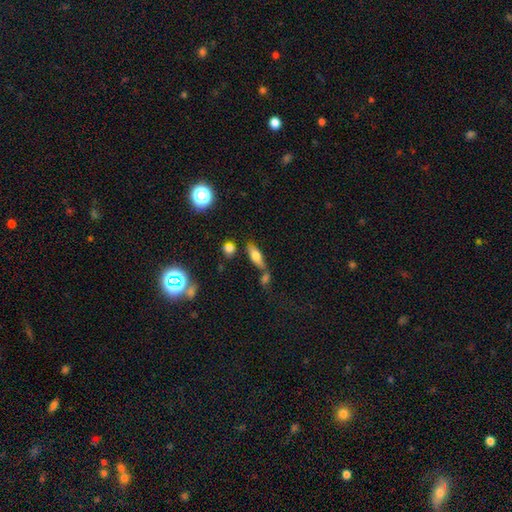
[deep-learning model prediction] The model was most divided on "how rounded": in between: 56%, cigar-shaped: 40%, round: 4%. More confident: merging — none (61%); smooth or featured — smooth (58%).